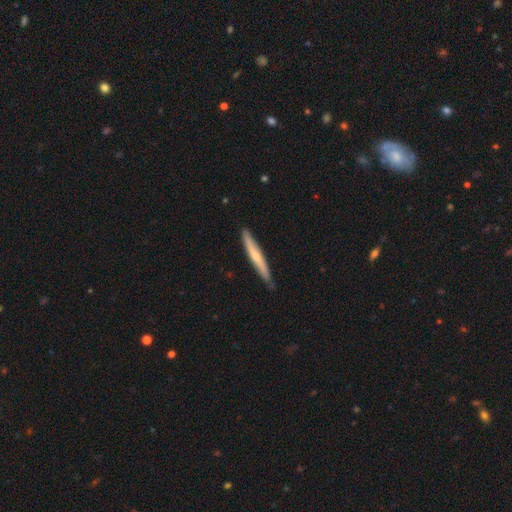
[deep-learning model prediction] Smooth or featured?
  - smooth: 49% *
  - featured or disk: 46%
  - star or artifact: 5%
Merging?
  - none: 85% *
  - minor disturbance: 12%
  - major disturbance: 1%
  - merger: 1%